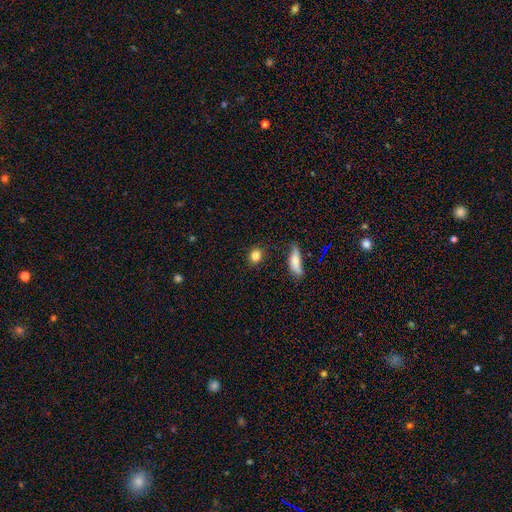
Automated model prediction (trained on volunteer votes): Smooth or featured? smooth (84%)
How rounded? round (68%)
Merging? none (85%)